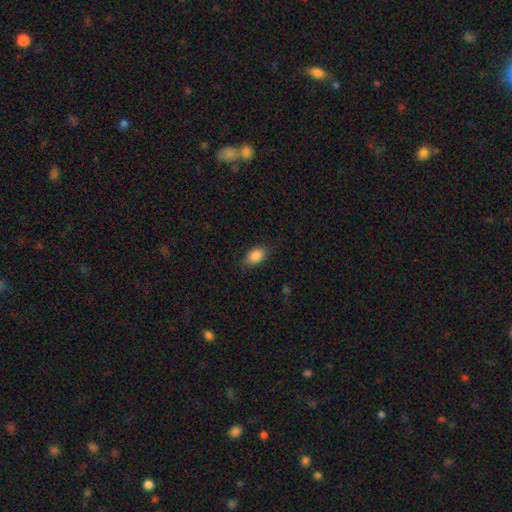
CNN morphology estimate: Q: Smooth or featured?
A: smooth (86%); runner-up: star or artifact (8%)
Q: How rounded?
A: in between (86%); runner-up: round (11%)
Q: Merging?
A: none (81%); runner-up: minor disturbance (15%)